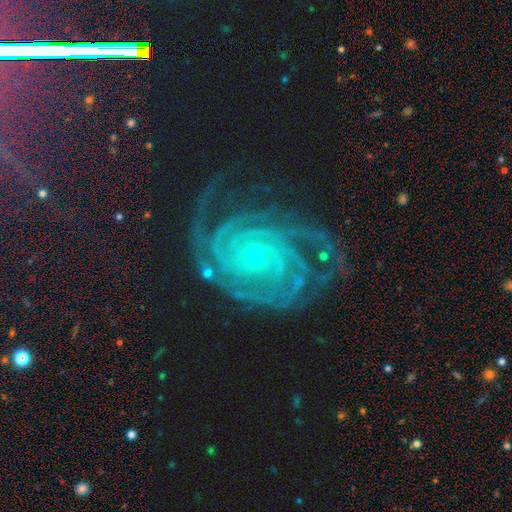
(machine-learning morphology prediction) Smooth or featured? featured or disk (92%)
Edge-on disk? no (98%)
Bar? no (72%)
Spiral arms? yes (99%)
Spiral winding? tight (78%)
Spiral arm count? 4 (26%)
Bulge size? small (87%)
Merging? none (70%)